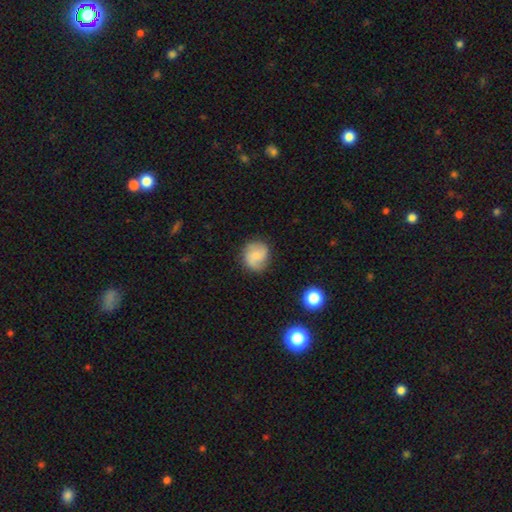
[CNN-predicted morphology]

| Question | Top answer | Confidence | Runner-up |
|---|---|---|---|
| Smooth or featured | smooth | 50% | featured or disk (42%) |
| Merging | none | 80% | minor disturbance (14%) |